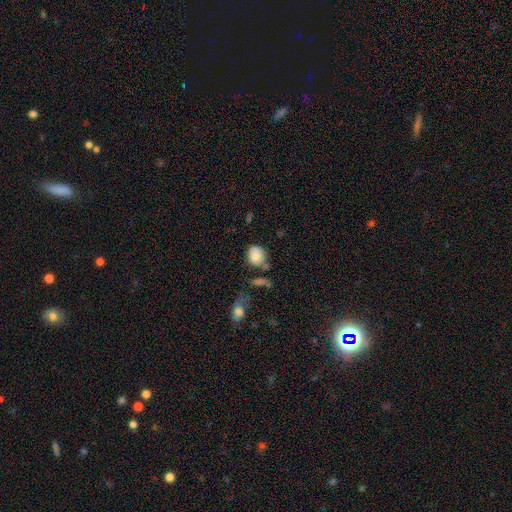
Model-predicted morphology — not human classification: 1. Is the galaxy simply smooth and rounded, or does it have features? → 78% smooth, 14% featured or disk, 8% star or artifact.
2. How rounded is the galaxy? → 61% round, 38% in between, 1% cigar-shaped.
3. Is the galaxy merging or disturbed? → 54% none, 24% minor disturbance, 13% merger, 9% major disturbance.